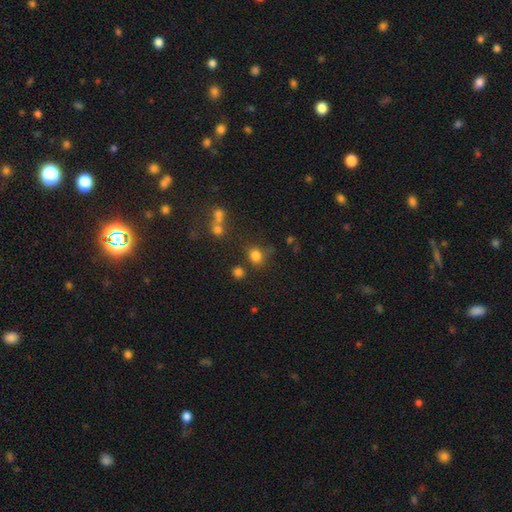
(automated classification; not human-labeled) Smooth or featured: smooth — 79% (star or artifact — 15%)
How rounded: round — 72% (in between — 27%)
Merging: none — 67% (minor disturbance — 16%)